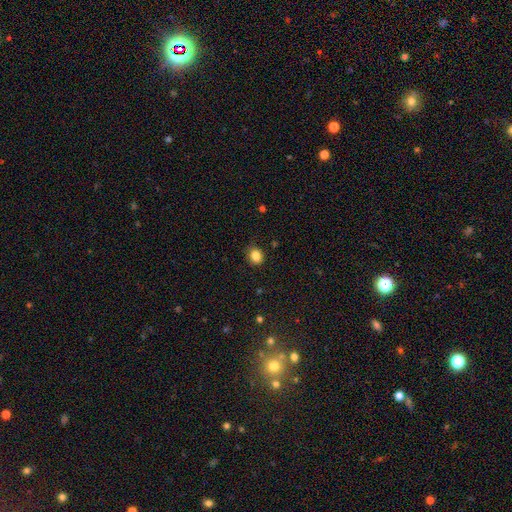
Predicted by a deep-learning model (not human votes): Smooth or featured?
  - smooth: 85% *
  - star or artifact: 11%
  - featured or disk: 5%
How rounded?
  - round: 70% *
  - in between: 29%
  - cigar-shaped: 1%
Merging?
  - none: 83% *
  - minor disturbance: 13%
  - major disturbance: 3%
  - merger: 1%